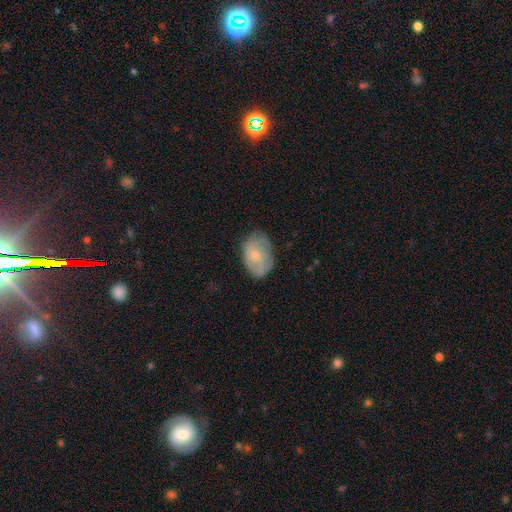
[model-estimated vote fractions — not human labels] Smooth or featured? smooth (57%)
How rounded? in between (83%)
Merging? none (64%)